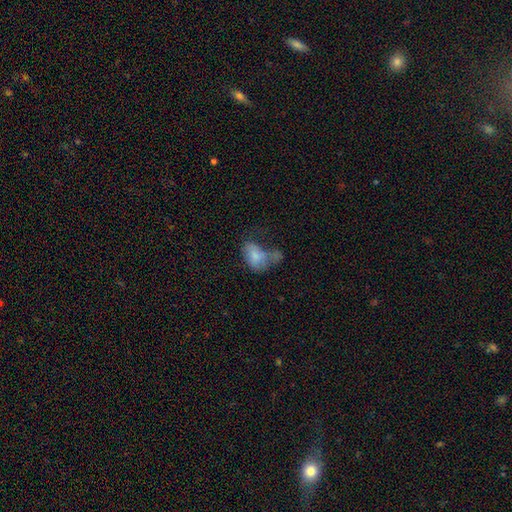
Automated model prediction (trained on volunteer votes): Smooth or featured? smooth (68%)
How rounded? in between (86%)
Merging? major disturbance (36%)